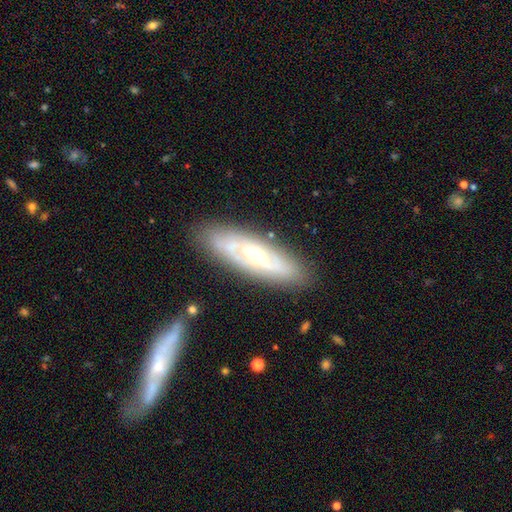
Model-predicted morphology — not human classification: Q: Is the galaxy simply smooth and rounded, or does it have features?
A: featured or disk — 74%.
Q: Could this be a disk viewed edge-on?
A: no — 77%.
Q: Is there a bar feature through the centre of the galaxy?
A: no — 50%.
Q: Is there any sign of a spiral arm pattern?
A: yes — 65%.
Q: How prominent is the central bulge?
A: moderate — 65%.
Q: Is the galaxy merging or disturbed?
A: none — 81%.